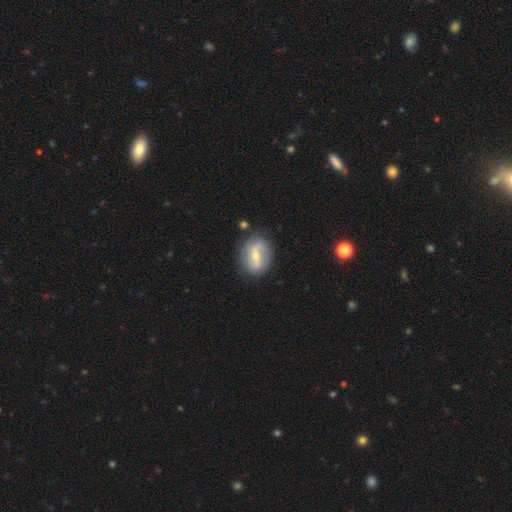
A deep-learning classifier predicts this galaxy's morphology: Smooth or featured? Predicted: featured or disk (p=0.64). Edge-on disk? Predicted: no (p=0.96). Bar? Predicted: weak (p=0.46). Spiral arms? Predicted: yes (p=0.76). Bulge size? Predicted: small (p=0.51). Merging? Predicted: none (p=0.74).